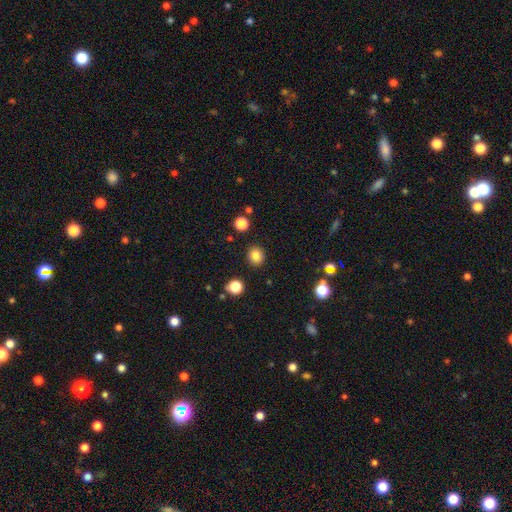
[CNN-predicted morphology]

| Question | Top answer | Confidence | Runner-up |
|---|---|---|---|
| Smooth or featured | smooth | 84% | star or artifact (12%) |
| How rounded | round | 84% | in between (15%) |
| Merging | none | 90% | minor disturbance (6%) |